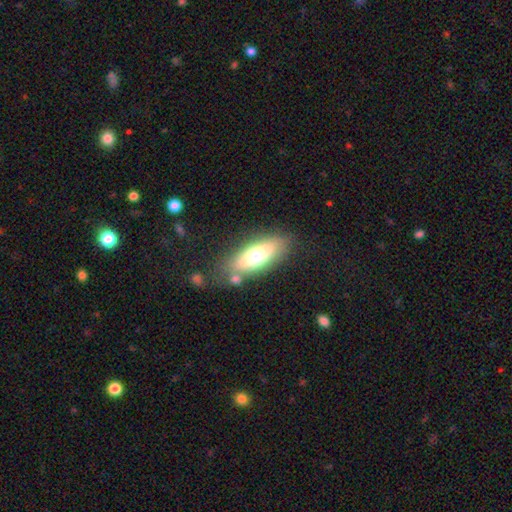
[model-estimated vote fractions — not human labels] Q: Smooth or featured?
A: smooth (62%); runner-up: featured or disk (30%)
Q: How rounded?
A: in between (72%); runner-up: cigar-shaped (24%)
Q: Merging?
A: none (71%); runner-up: minor disturbance (15%)